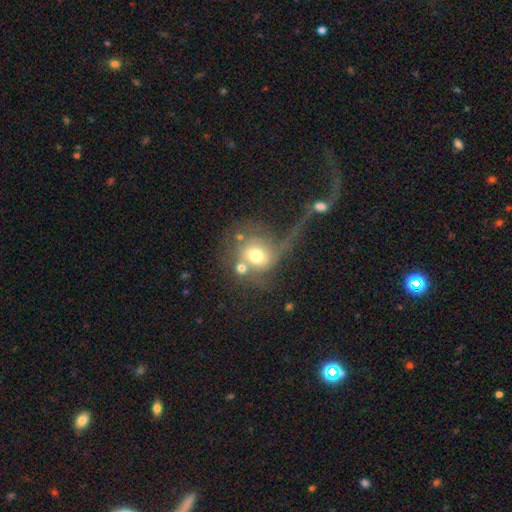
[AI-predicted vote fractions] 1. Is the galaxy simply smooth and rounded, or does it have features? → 52% smooth, 35% featured or disk, 13% star or artifact.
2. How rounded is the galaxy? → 80% round, 18% in between, 1% cigar-shaped.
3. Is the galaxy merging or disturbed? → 31% major disturbance, 28% none, 28% merger, 13% minor disturbance.